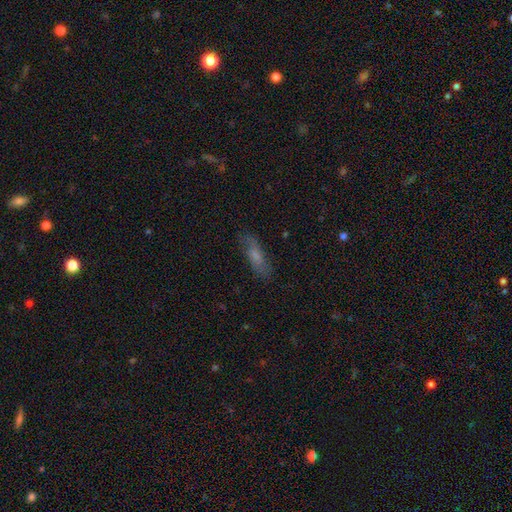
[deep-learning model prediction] Q: Smooth or featured?
A: smooth (59%); runner-up: featured or disk (32%)
Q: How rounded?
A: cigar-shaped (50%); runner-up: in between (48%)
Q: Merging?
A: none (75%); runner-up: minor disturbance (18%)